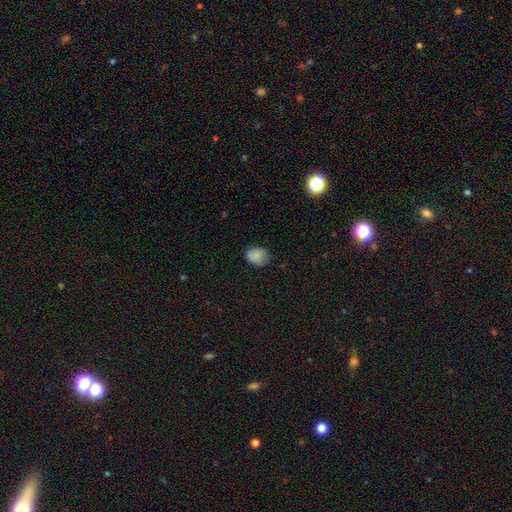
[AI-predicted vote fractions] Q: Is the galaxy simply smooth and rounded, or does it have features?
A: smooth — 84%.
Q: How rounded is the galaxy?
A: in between — 51%.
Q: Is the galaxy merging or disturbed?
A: none — 73%.